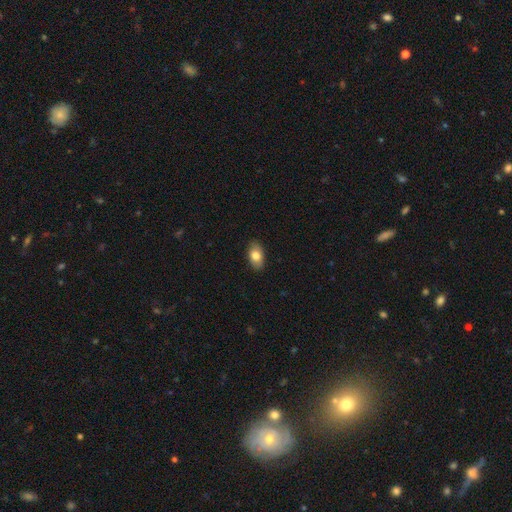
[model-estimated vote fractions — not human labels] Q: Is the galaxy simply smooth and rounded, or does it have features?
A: smooth — 79%.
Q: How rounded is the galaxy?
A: in between — 91%.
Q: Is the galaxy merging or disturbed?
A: none — 88%.